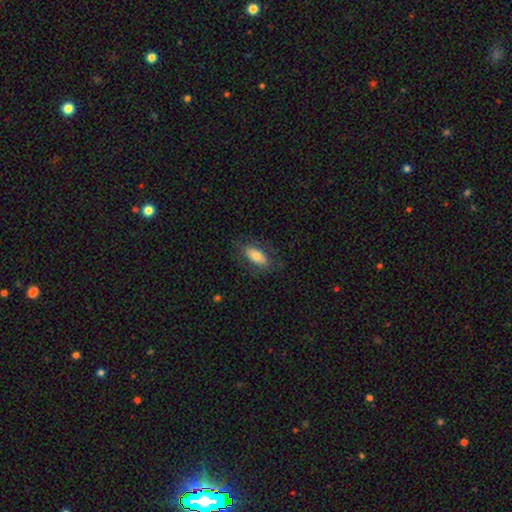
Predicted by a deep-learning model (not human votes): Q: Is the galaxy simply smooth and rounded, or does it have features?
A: smooth — 71%.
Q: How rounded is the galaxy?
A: in between — 87%.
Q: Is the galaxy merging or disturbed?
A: none — 78%.